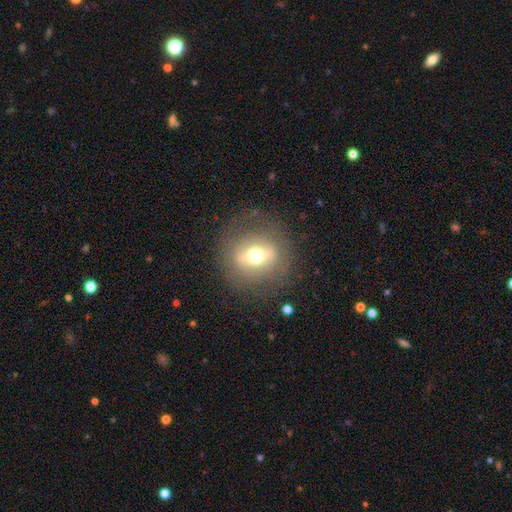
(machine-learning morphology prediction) Q: Smooth or featured?
A: featured or disk (46%); runner-up: smooth (43%)
Q: Merging?
A: none (78%); runner-up: minor disturbance (12%)